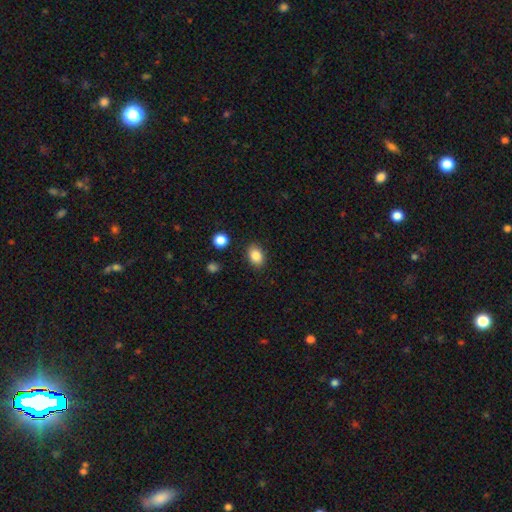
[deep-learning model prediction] A smooth galaxy with no disk features (86%) that is in between round and cigar-shaped (71%).

Vote fractions:
- Smooth or featured? smooth: 86% / star or artifact: 9% / featured or disk: 5%
- How rounded? in between: 71% / round: 28% / cigar-shaped: 1%
- Merging? none: 87% / minor disturbance: 9% / major disturbance: 3% / merger: 2%